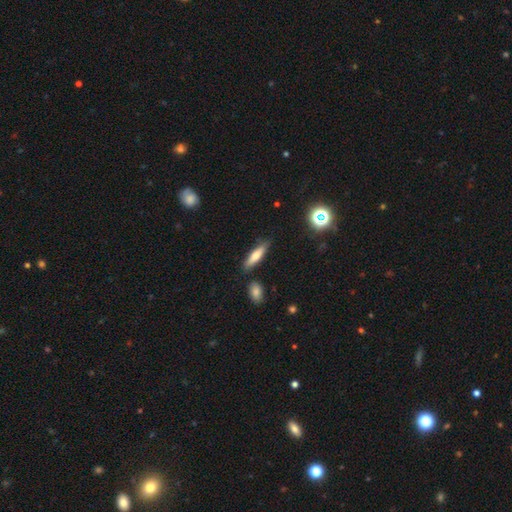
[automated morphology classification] A smooth galaxy with no disk features (68%) that is cigar-shaped (73%). Merging: none (82%).